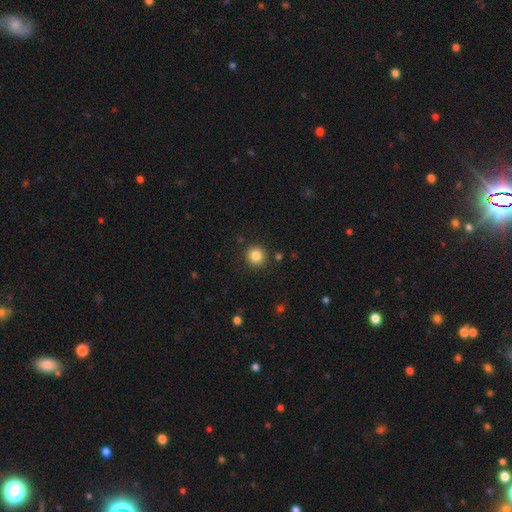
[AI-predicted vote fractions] This appears to be a smooth galaxy with no disk features (84%) that is round (93%). Merging: none (89%).